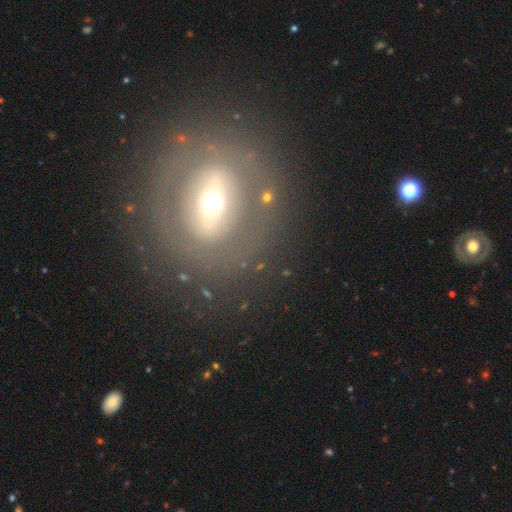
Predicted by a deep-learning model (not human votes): smooth_or_featured: featured or disk (p=0.62) [alt: smooth p=0.28]
disk_edge_on: no (p=0.90) [alt: yes p=0.10]
bar: no (p=0.35) [alt: strong p=0.33]
has_spiral_arms: no (p=0.74) [alt: yes p=0.26]
bulge_size: moderate (p=0.52) [alt: small p=0.35]
merging: none (p=0.81) [alt: minor disturbance p=0.10]